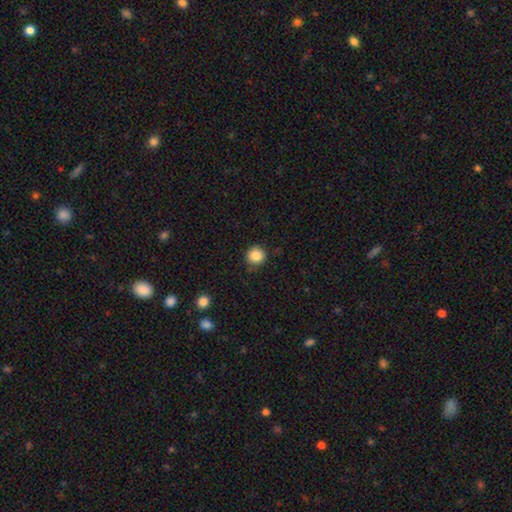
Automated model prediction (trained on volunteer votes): Morphology: type=smooth (86%); roundness=round (93%); merging=none (84%).